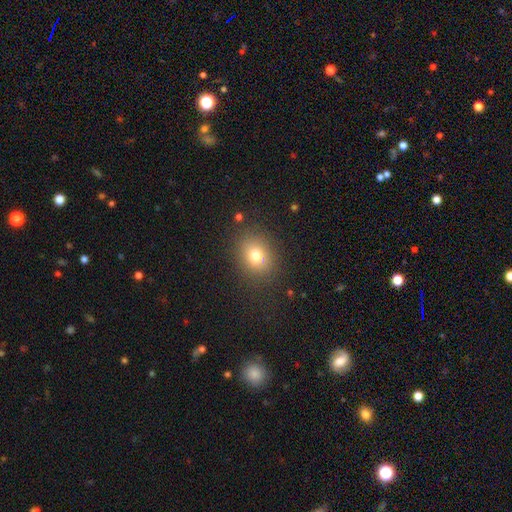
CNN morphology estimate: Smooth or featured?
  - smooth: 75% *
  - star or artifact: 13%
  - featured or disk: 11%
How rounded?
  - round: 53% *
  - in between: 46%
  - cigar-shaped: 1%
Merging?
  - none: 83% *
  - minor disturbance: 11%
  - major disturbance: 4%
  - merger: 2%